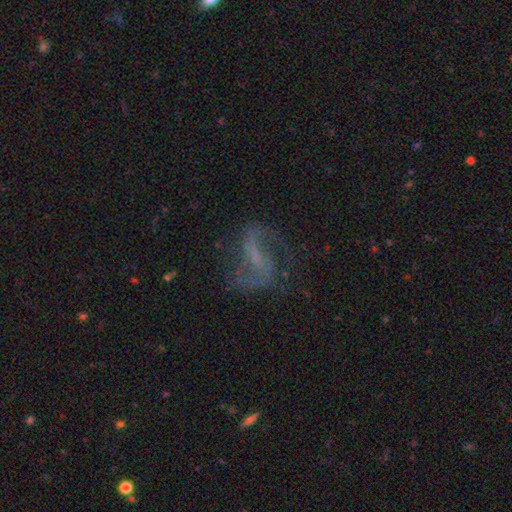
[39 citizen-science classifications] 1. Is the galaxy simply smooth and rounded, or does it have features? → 85% featured or disk, 13% smooth, 3% star or artifact.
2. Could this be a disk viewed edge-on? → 97% no, 3% yes.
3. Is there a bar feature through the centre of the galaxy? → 44% weak, 31% no, 25% strong.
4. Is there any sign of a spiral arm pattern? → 91% yes, 9% no.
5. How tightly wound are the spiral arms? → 55% medium, 38% loose, 7% tight.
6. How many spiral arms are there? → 93% 2, 3% 1, 3% 3, 0% 4, 0% more than 4, 0% can't tell.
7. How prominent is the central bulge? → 53% none, 44% small, 3% moderate, 0% dominant, 0% large.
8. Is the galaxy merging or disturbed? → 58% none, 29% minor disturbance, 13% major disturbance, 0% merger.